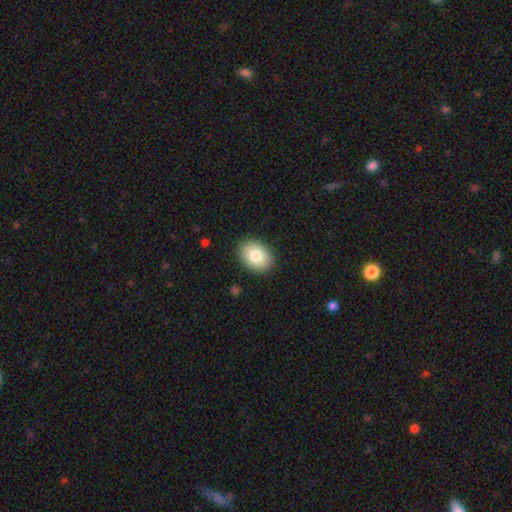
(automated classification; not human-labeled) smooth 82%, featured or disk 11%, star or artifact 7%. Down the decision tree: how rounded — in between (71%); merging — none (89%).